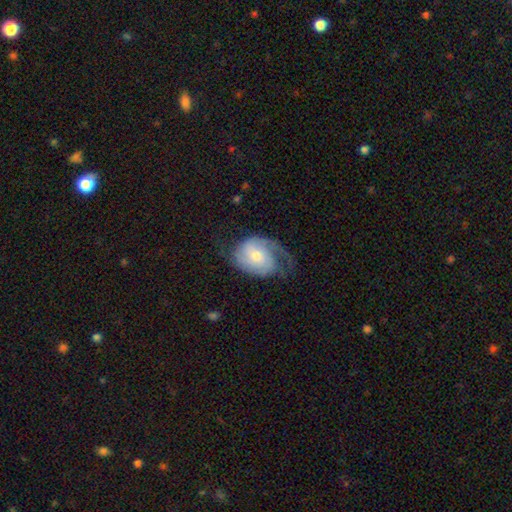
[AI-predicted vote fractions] Smooth or featured?
  - featured or disk: 68% *
  - smooth: 26%
  - star or artifact: 6%
Edge-on disk?
  - no: 97% *
  - yes: 3%
Bar?
  - no: 68% *
  - weak: 27%
  - strong: 5%
Spiral arms?
  - yes: 91% *
  - no: 9%
Spiral winding?
  - medium: 40% *
  - tight: 30%
  - loose: 30%
Spiral arm count?
  - 2: 61% *
  - 1: 18%
  - can't tell: 13%
  - 3: 5%
  - 4: 2%
  - more than 4: 2%
Bulge size?
  - moderate: 45% *
  - small: 43%
  - large: 7%
  - none: 3%
  - dominant: 2%
Merging?
  - none: 47% *
  - major disturbance: 27%
  - minor disturbance: 25%
  - merger: 1%